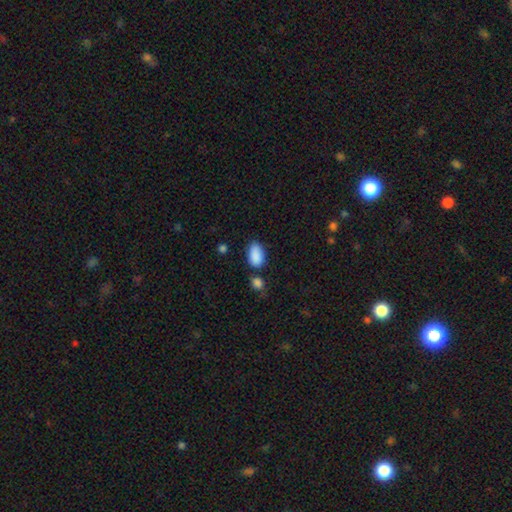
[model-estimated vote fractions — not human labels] This appears to be a smooth galaxy with no disk features (88%) that is in between round and cigar-shaped (93%). Merging: none (63%).